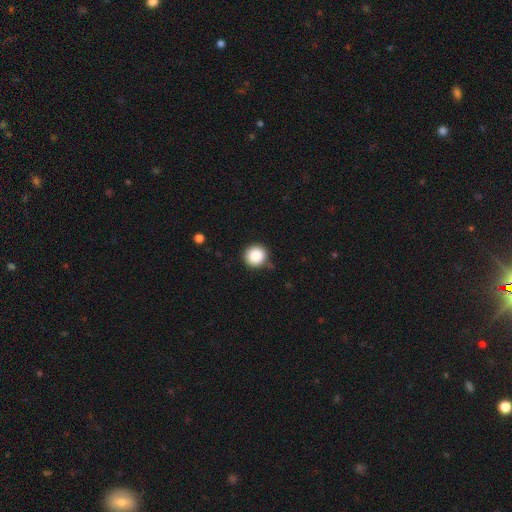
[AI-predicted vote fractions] Smooth or featured?
  - smooth: 88% *
  - star or artifact: 9%
  - featured or disk: 3%
How rounded?
  - round: 95% *
  - in between: 4%
  - cigar-shaped: 1%
Merging?
  - none: 84% *
  - minor disturbance: 11%
  - major disturbance: 3%
  - merger: 2%